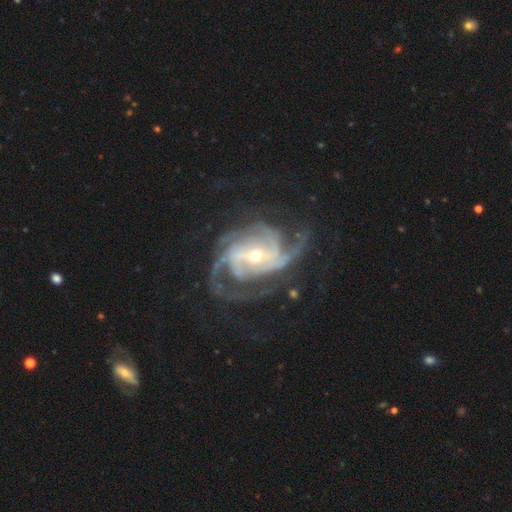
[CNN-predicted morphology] This is clearly a featured or disk galaxy (91%). It is clearly not viewed edge-on (97%). Bar: marginally weak (38%). Spiral arm pattern: clearly yes (98%). Spiral arm count: marginally 3 (38%). Spiral winding: possibly medium (49%). Central bulge: possibly small (59%). Merging: likely none (62%).